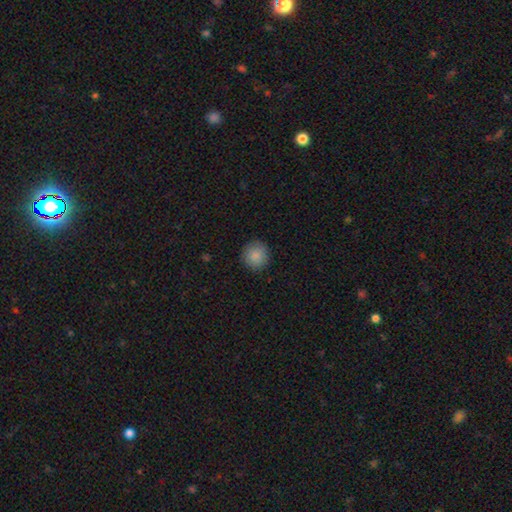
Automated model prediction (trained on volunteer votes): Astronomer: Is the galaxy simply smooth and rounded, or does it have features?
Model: smooth — 87%.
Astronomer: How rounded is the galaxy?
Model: round — 92%.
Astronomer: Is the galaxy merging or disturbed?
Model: none — 90%.